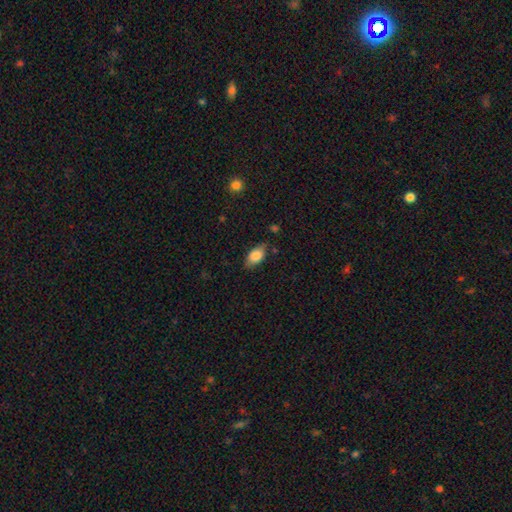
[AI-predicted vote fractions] Smooth or featured? smooth (82%)
How rounded? in between (90%)
Merging? none (75%)